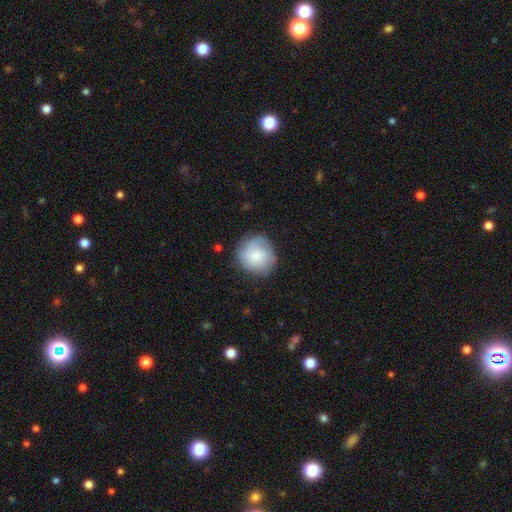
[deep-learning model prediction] smooth-or-featured: smooth: 62% | featured or disk: 31% | star or artifact: 7%
  how-rounded: round: 86% | in between: 13% | cigar-shaped: 1%
  merging: none: 72% | minor disturbance: 20% | major disturbance: 7% | merger: 1%